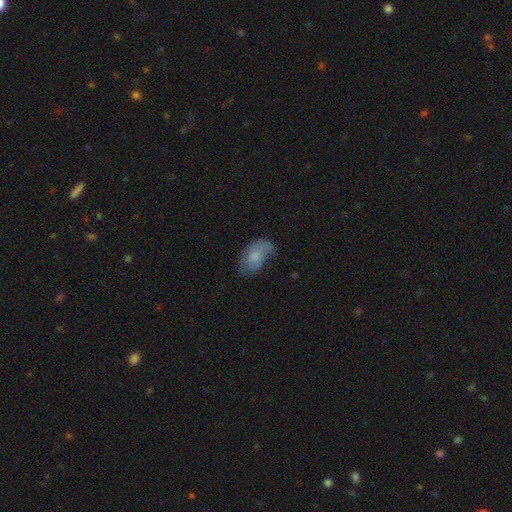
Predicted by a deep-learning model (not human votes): Q: Smooth or featured?
A: smooth (70%); runner-up: featured or disk (22%)
Q: How rounded?
A: in between (92%); runner-up: round (6%)
Q: Merging?
A: none (47%); runner-up: minor disturbance (33%)